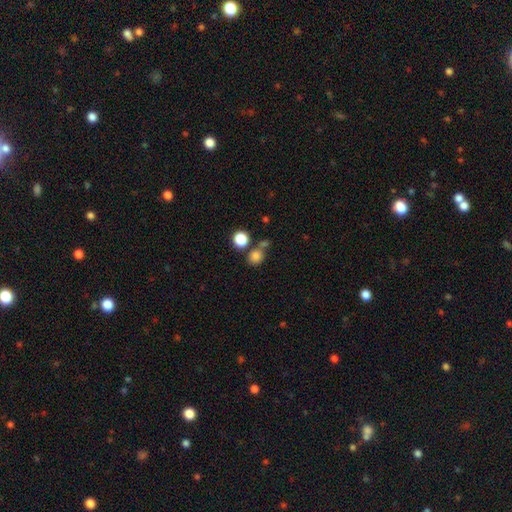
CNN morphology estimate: type=smooth (80%); roundness=round (80%); merging=none (63%).